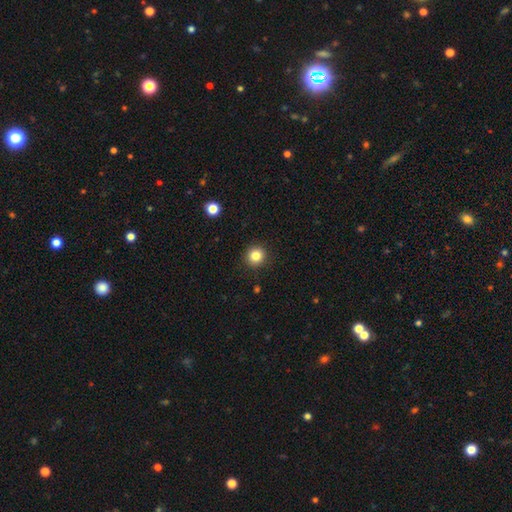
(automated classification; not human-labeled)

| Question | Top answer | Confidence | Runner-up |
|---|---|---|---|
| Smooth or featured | smooth | 84% | star or artifact (11%) |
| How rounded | round | 92% | in between (7%) |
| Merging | none | 92% | minor disturbance (6%) |